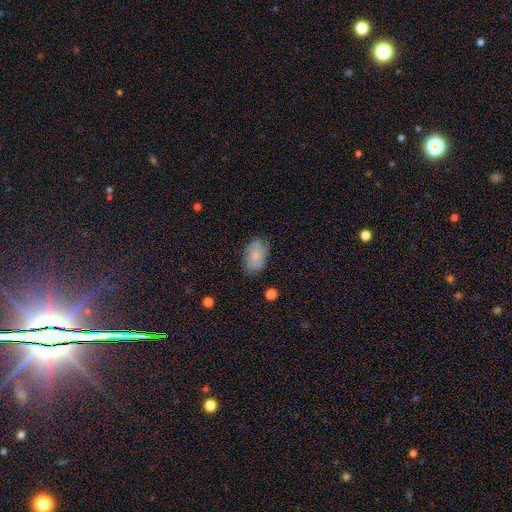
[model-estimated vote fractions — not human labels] The model was most divided on "smooth or featured": smooth: 64%, featured or disk: 28%, star or artifact: 8%. More confident: how rounded — in between (89%); merging — none (74%).